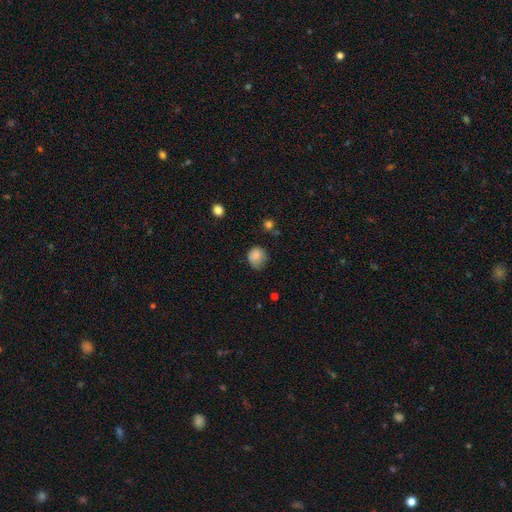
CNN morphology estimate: smooth_or_featured: smooth (p=0.79) [alt: featured or disk p=0.11]
how_rounded: round (p=0.72) [alt: in between p=0.27]
merging: none (p=0.56) [alt: minor disturbance p=0.32]